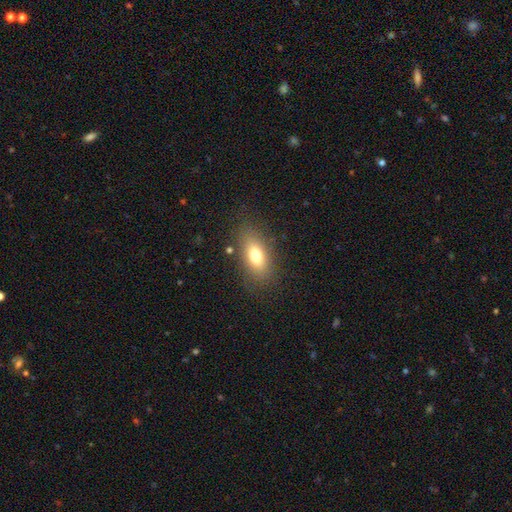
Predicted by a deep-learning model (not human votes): Q: Smooth or featured?
A: smooth (73%); runner-up: featured or disk (17%)
Q: How rounded?
A: in between (83%); runner-up: cigar-shaped (10%)
Q: Merging?
A: none (82%); runner-up: minor disturbance (12%)